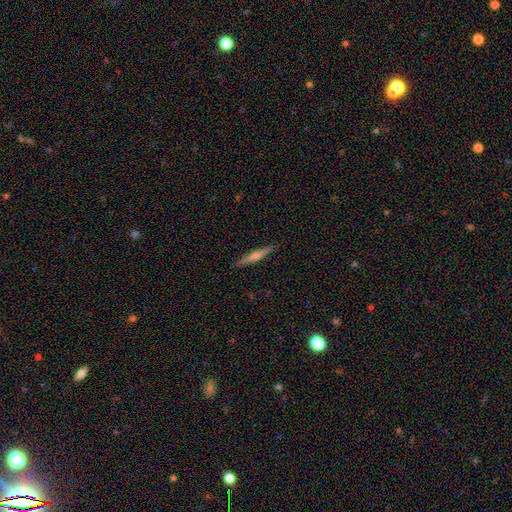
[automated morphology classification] smooth_or_featured: featured or disk (p=0.64) [alt: smooth p=0.29]
disk_edge_on: yes (p=0.98) [alt: no p=0.02]
edge_on_bulge: rounded (p=0.74) [alt: none p=0.17]
merging: none (p=0.91) [alt: minor disturbance p=0.06]